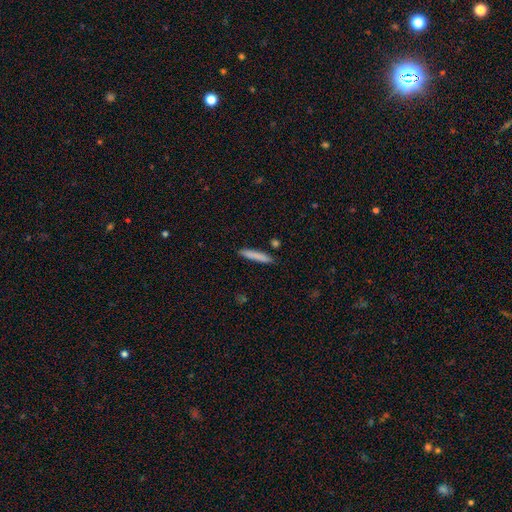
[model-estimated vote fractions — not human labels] Smooth or featured: smooth — 82% (featured or disk — 12%)
How rounded: cigar-shaped — 92% (in between — 7%)
Merging: none — 87% (minor disturbance — 9%)